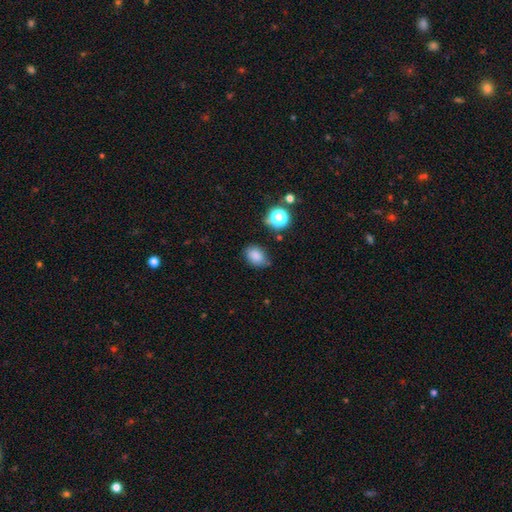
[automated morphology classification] A smooth galaxy with no disk features (82%) that is in between round and cigar-shaped (68%).

Vote fractions:
- Smooth or featured? smooth: 82% / star or artifact: 12% / featured or disk: 6%
- How rounded? in between: 68% / round: 31% / cigar-shaped: 1%
- Merging? none: 68% / minor disturbance: 23% / major disturbance: 5% / merger: 4%